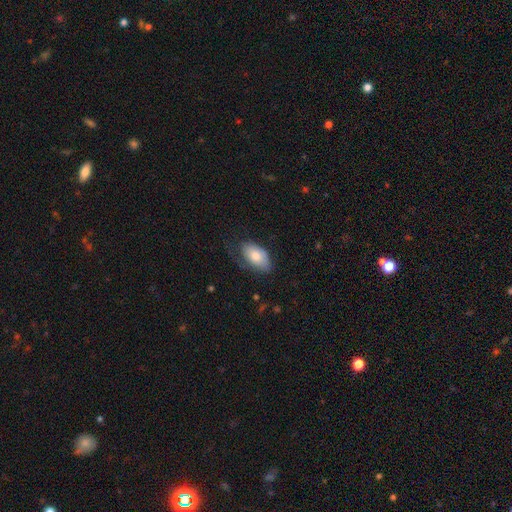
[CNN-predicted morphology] Smooth or featured? Predicted: smooth (p=0.73). How rounded? Predicted: in between (p=0.94). Merging? Predicted: none (p=0.49).